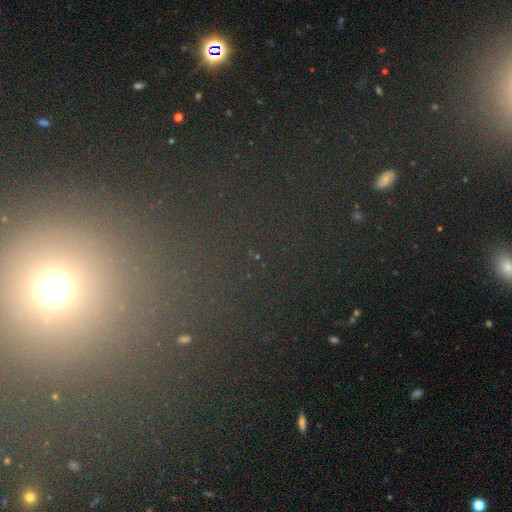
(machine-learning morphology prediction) type=star or artifact (67%).